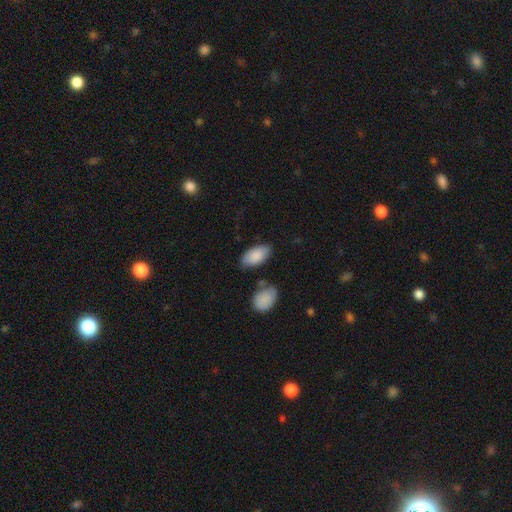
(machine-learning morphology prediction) type=smooth (87%); roundness=in between (94%); merging=none (73%).